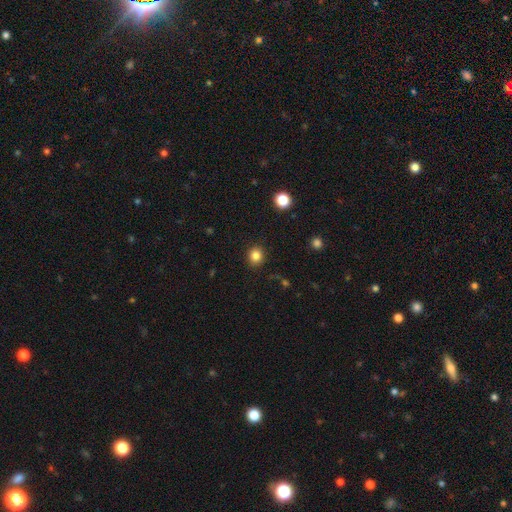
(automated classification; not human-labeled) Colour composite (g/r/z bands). It shows a smooth galaxy with no disk features (84%) that is round (81%). Merging: none (89%).